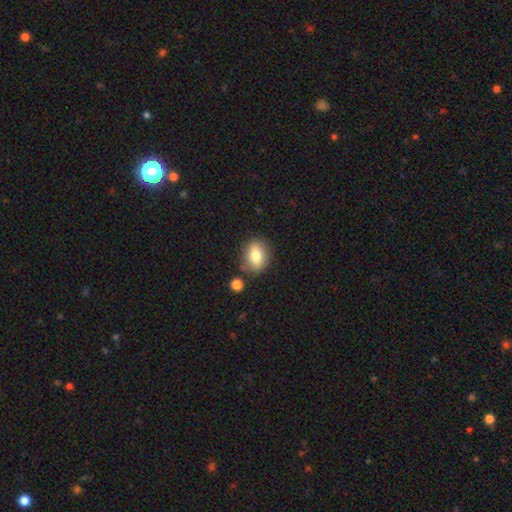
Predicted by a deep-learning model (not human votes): Q: Smooth or featured?
A: smooth (75%); runner-up: featured or disk (16%)
Q: How rounded?
A: in between (62%); runner-up: round (36%)
Q: Merging?
A: none (78%); runner-up: minor disturbance (13%)